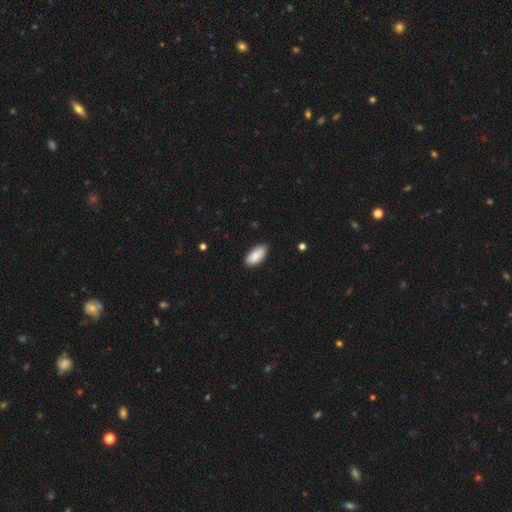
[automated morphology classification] smooth-or-featured: smooth: 86% | featured or disk: 8% | star or artifact: 6%
  how-rounded: in between: 92% | cigar-shaped: 6% | round: 2%
  merging: none: 85% | minor disturbance: 12% | major disturbance: 2% | merger: 1%